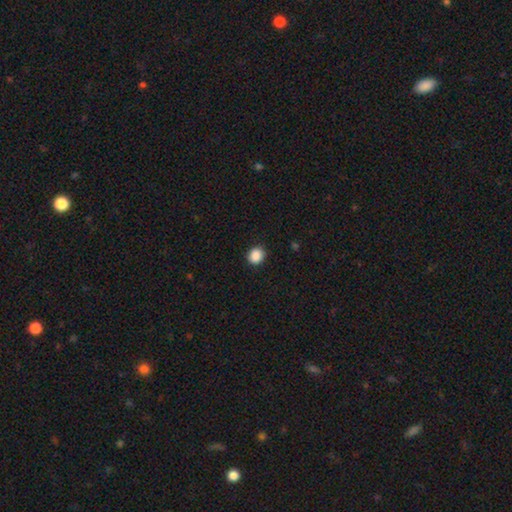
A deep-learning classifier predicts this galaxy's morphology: Smooth or featured?
  - smooth: 88% *
  - star or artifact: 9%
  - featured or disk: 2%
How rounded?
  - round: 79% *
  - in between: 20%
  - cigar-shaped: 1%
Merging?
  - none: 91% *
  - minor disturbance: 6%
  - major disturbance: 2%
  - merger: 1%